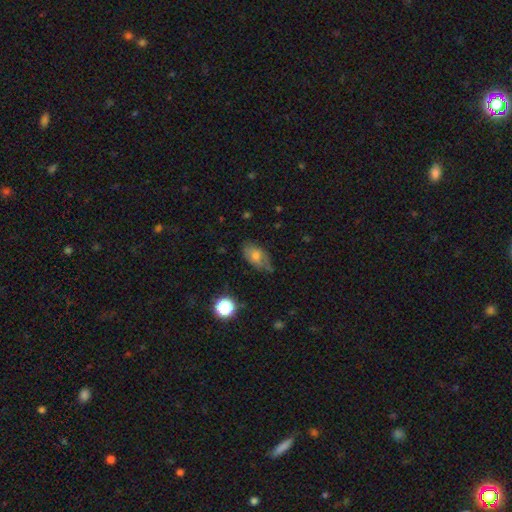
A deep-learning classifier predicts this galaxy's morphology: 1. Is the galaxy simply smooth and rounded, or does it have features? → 66% smooth, 24% featured or disk, 11% star or artifact.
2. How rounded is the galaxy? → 88% in between, 9% round, 3% cigar-shaped.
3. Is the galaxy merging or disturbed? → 54% none, 33% minor disturbance, 11% major disturbance, 2% merger.